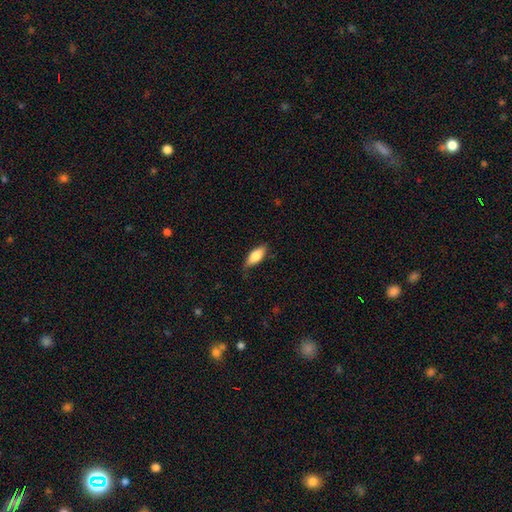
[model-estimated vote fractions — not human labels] A smooth galaxy with no disk features (80%) that is in between round and cigar-shaped (79%). Merging: none (75%).